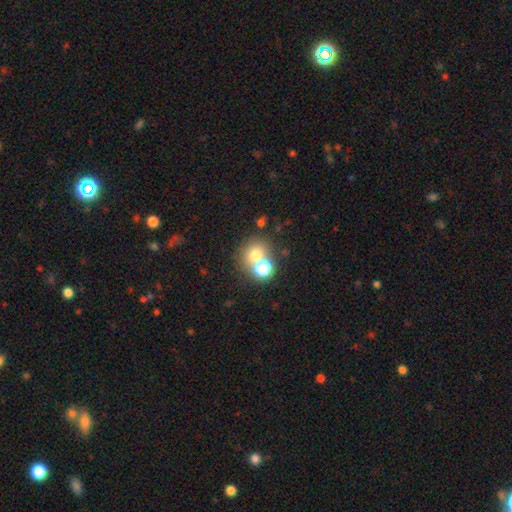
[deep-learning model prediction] This appears to be a smooth galaxy with no disk features (68%) that is round (79%). Merging: none (50%).